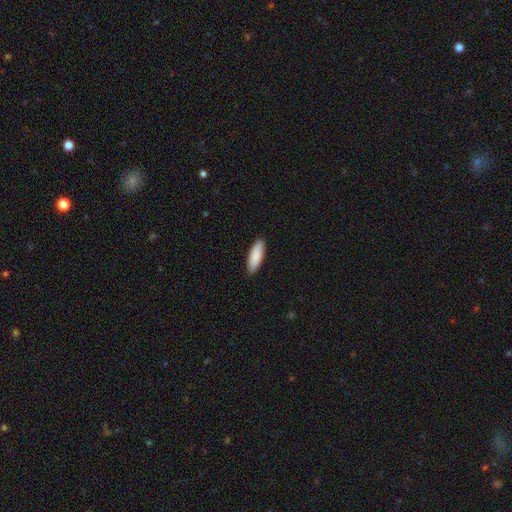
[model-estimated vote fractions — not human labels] Q: Smooth or featured?
A: smooth (88%); runner-up: featured or disk (7%)
Q: How rounded?
A: in between (56%); runner-up: cigar-shaped (42%)
Q: Merging?
A: none (89%); runner-up: minor disturbance (8%)